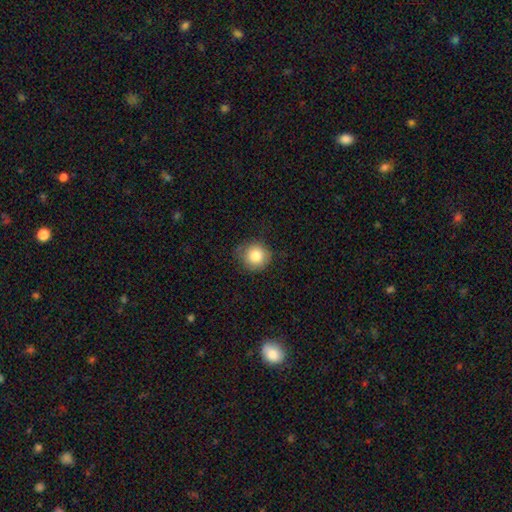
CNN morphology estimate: Q: Smooth or featured?
A: smooth (82%); runner-up: star or artifact (9%)
Q: How rounded?
A: round (92%); runner-up: in between (7%)
Q: Merging?
A: none (77%); runner-up: minor disturbance (18%)